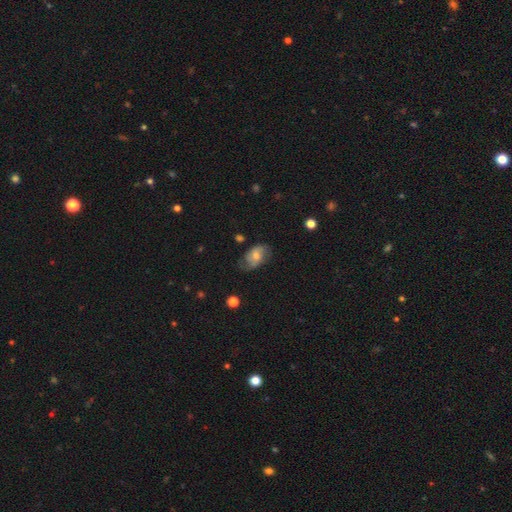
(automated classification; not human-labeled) smooth_or_featured: featured or disk (p=0.47) [alt: smooth p=0.45]
merging: none (p=0.59) [alt: minor disturbance p=0.28]